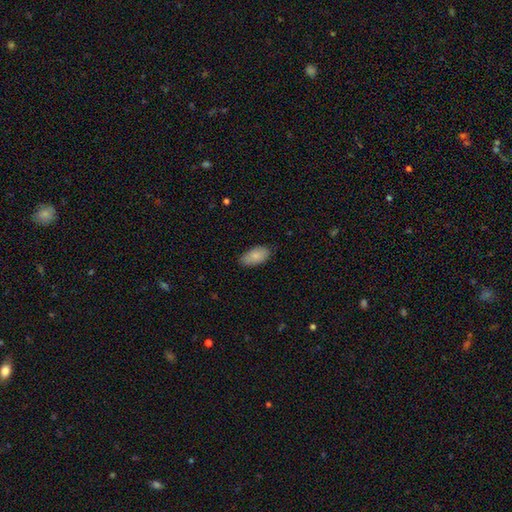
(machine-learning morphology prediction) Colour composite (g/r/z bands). It shows a smooth galaxy with no disk features (84%) that is in between round and cigar-shaped (94%). Merging: none (81%).